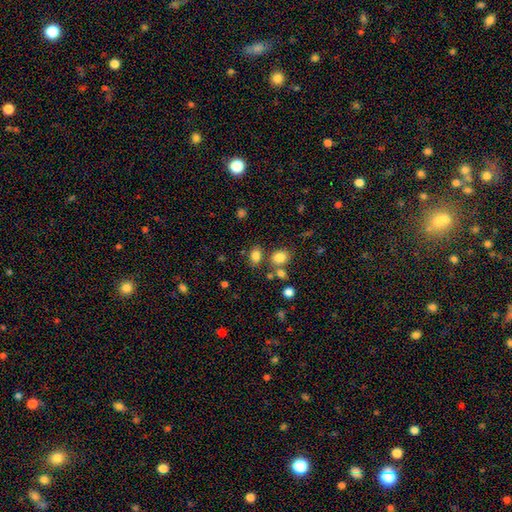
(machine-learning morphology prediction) This is clearly a smooth galaxy (81%). How rounded: likely in between (69%). Merging: likely none (69%).